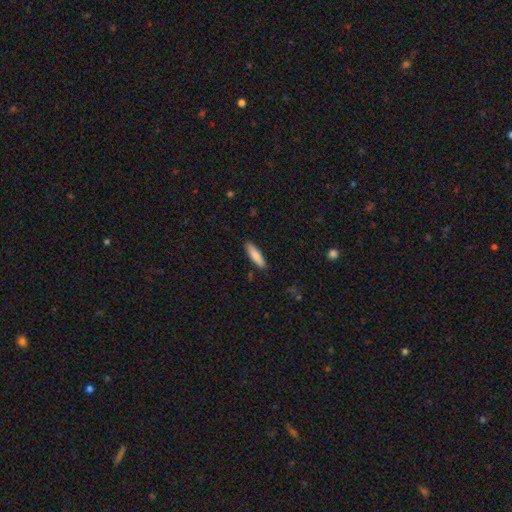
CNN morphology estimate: Smooth or featured: smooth — 85% (featured or disk — 9%)
How rounded: cigar-shaped — 68% (in between — 30%)
Merging: none — 88% (minor disturbance — 9%)